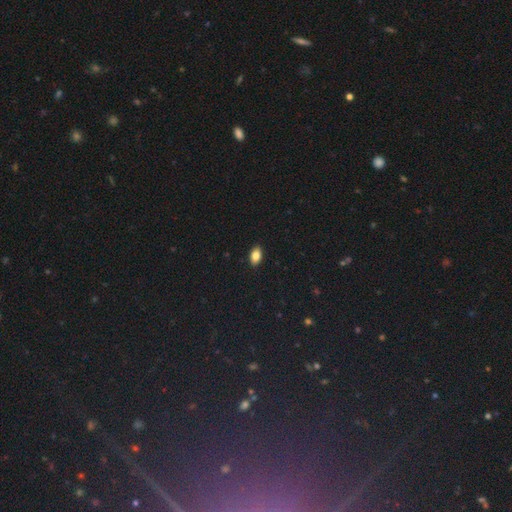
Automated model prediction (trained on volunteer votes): Smooth or featured: smooth — 84% (star or artifact — 9%)
How rounded: in between — 91% (round — 7%)
Merging: none — 90% (minor disturbance — 7%)